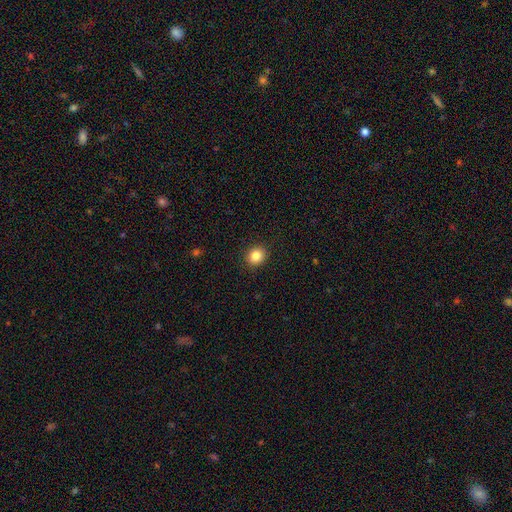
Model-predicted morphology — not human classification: This appears to be a smooth galaxy with no disk features (85%) that is round (77%). Merging: none (91%).